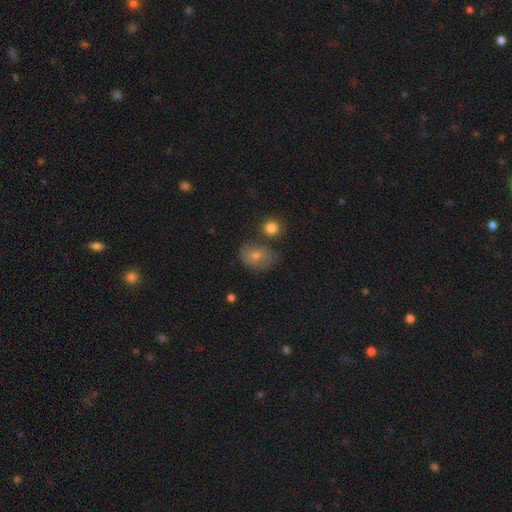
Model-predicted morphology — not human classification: Smooth or featured? Predicted: smooth (p=0.72). How rounded? Predicted: in between (p=0.60). Merging? Predicted: none (p=0.54).